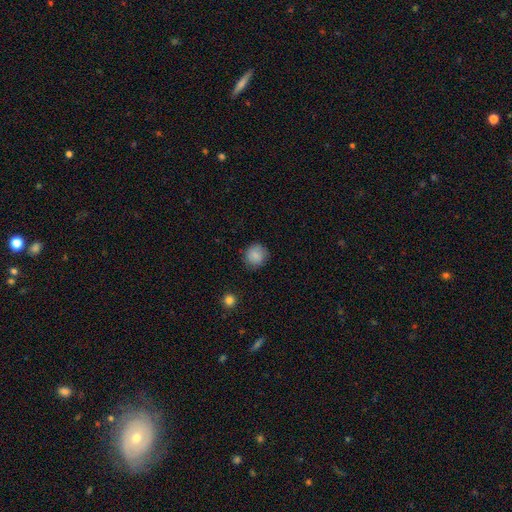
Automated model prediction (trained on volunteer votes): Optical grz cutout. It shows a smooth galaxy with no disk features (86%) that is round (91%). Merging: none (86%).